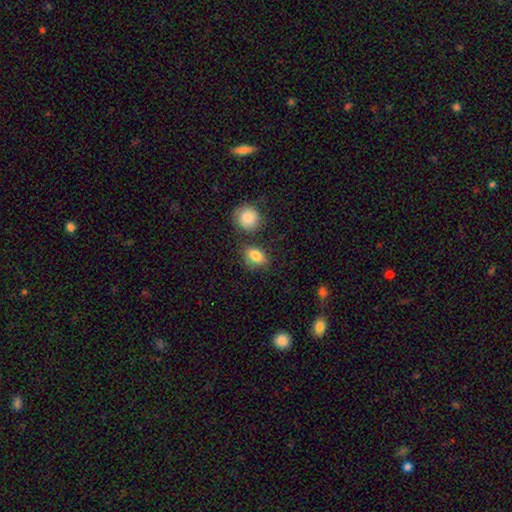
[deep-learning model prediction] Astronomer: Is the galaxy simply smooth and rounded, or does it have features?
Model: smooth — 84%.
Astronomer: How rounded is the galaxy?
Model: in between — 70%.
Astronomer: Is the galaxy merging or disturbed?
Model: none — 66%.